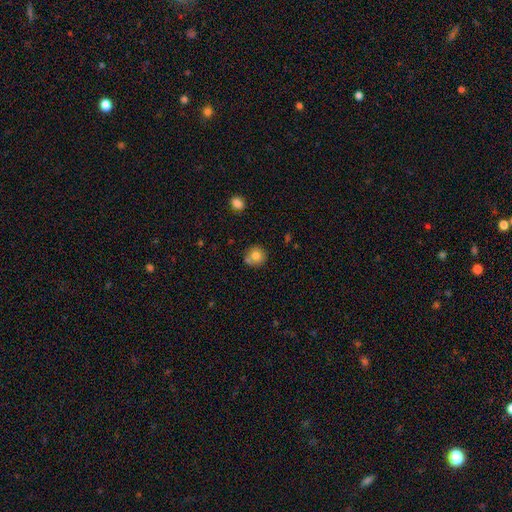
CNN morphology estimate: smooth_or_featured: smooth (p=0.78) [alt: featured or disk p=0.12]
how_rounded: round (p=0.89) [alt: in between p=0.10]
merging: none (p=0.67) [alt: merger p=0.15]